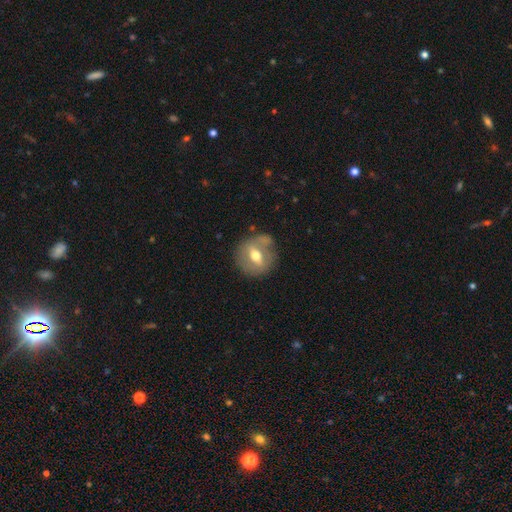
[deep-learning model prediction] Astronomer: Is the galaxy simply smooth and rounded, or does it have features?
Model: featured or disk — 53% (runner-up: smooth, 40%).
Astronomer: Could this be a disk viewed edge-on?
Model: no — 88%.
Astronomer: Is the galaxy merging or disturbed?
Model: none — 70%.